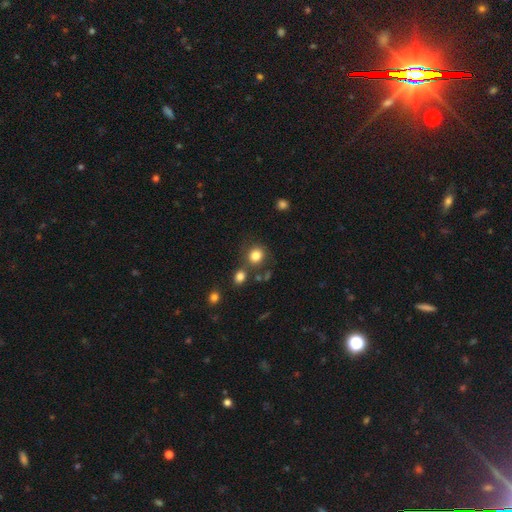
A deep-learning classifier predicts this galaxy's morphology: A smooth galaxy with no disk features (83%) that is round (80%).

Vote fractions:
- Smooth or featured? smooth: 83% / star or artifact: 11% / featured or disk: 6%
- How rounded? round: 80% / in between: 19% / cigar-shaped: 1%
- Merging? none: 72% / merger: 12% / minor disturbance: 11% / major disturbance: 4%